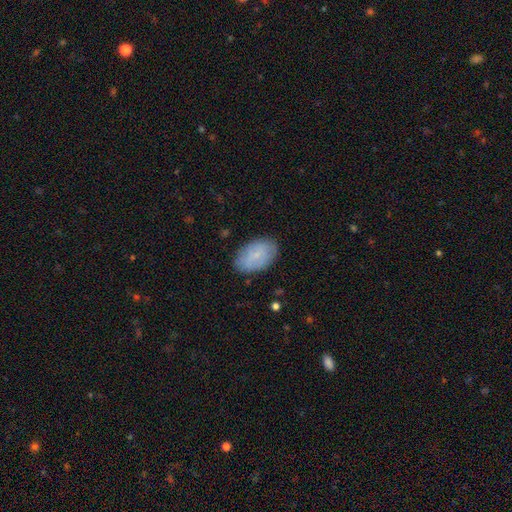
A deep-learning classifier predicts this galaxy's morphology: The model was most divided on "smooth or featured": smooth: 73%, featured or disk: 19%, star or artifact: 7%. More confident: how rounded — in between (92%); merging — none (82%).